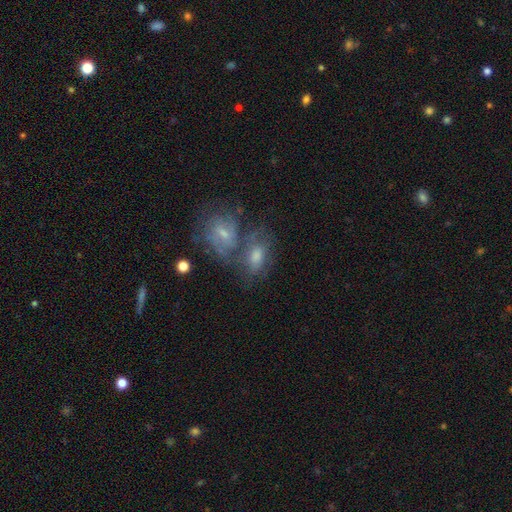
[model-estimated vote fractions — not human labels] Overall: featured or disk (52%; smooth 35%). Edge-on disk: no (93%). Merging: merger (47%; none 34%).